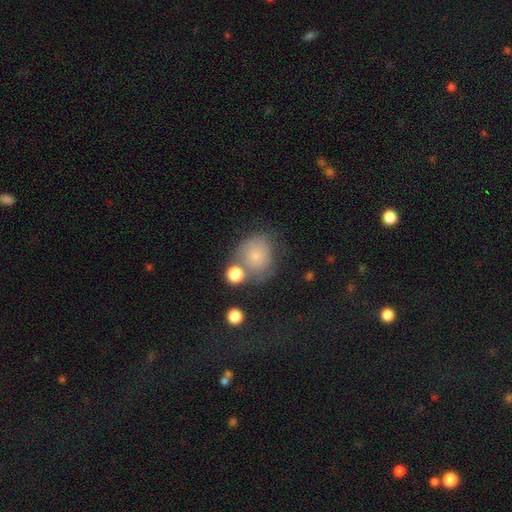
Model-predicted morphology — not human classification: This appears to be a smooth galaxy with no disk features (74%) that is round (76%). Merging: none (51%).